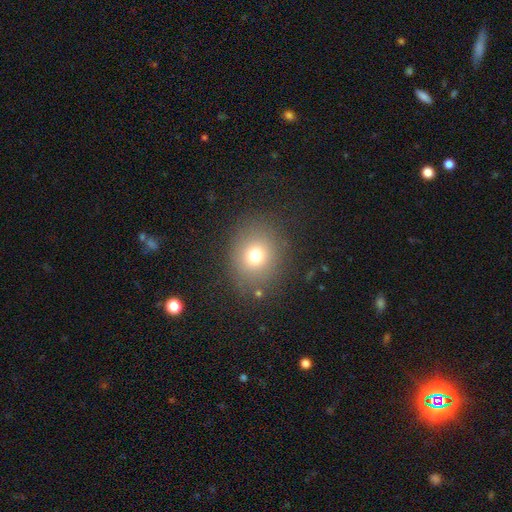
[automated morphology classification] A smooth galaxy with no disk features (73%) that is round (72%). Merging: none (84%).